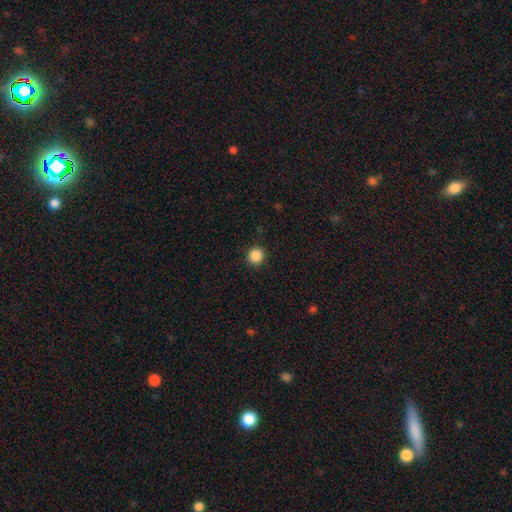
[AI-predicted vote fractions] smooth_or_featured: smooth (p=0.87) [alt: star or artifact p=0.10]
how_rounded: round (p=0.92) [alt: in between p=0.07]
merging: none (p=0.92) [alt: minor disturbance p=0.05]